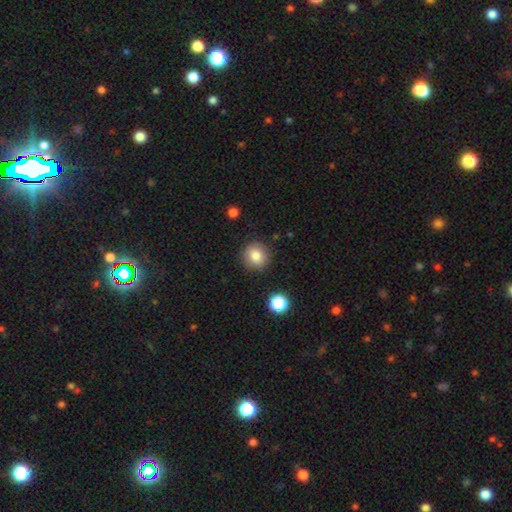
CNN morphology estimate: This is clearly a smooth galaxy (82%). How rounded: clearly round (91%). Merging: clearly none (88%).